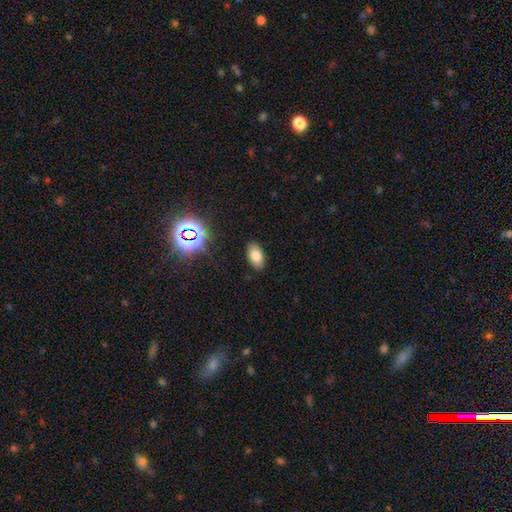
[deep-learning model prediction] smooth 76%, star or artifact 14%, featured or disk 11%. Down the decision tree: how rounded — in between (92%); merging — none (87%).